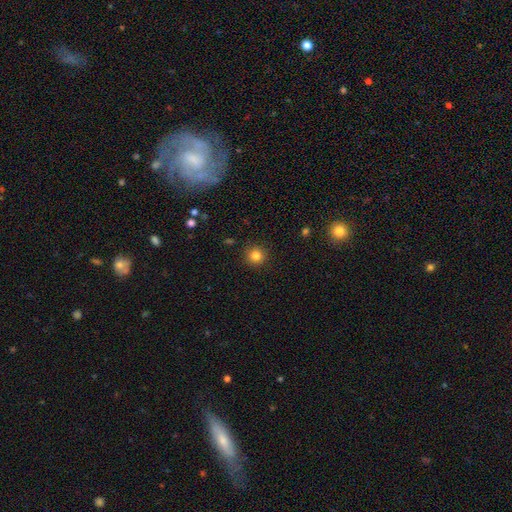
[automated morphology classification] Smooth or featured? Predicted: smooth (p=0.83). How rounded? Predicted: round (p=0.94). Merging? Predicted: none (p=0.91).